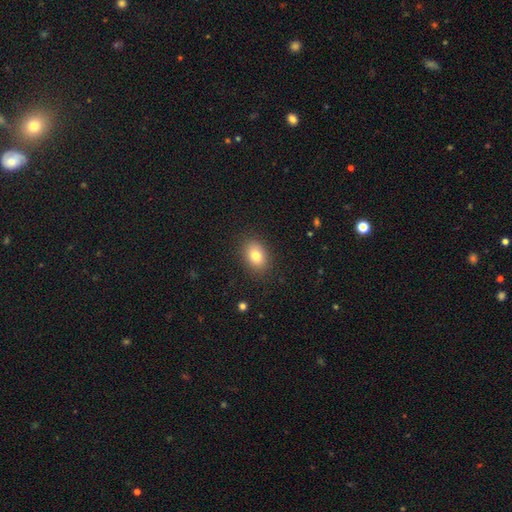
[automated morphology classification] type=smooth (80%); roundness=in between (72%); merging=none (87%).